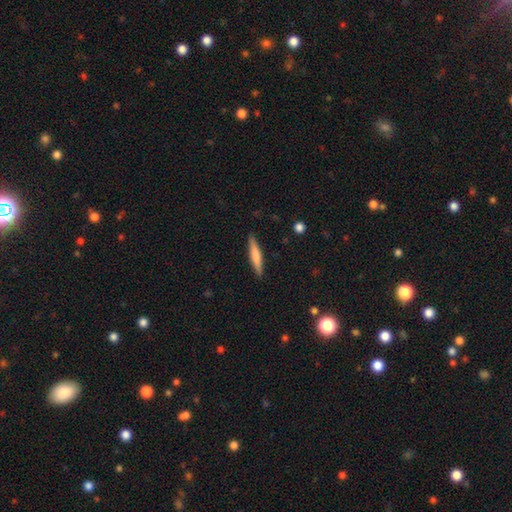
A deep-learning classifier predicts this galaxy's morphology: Q: Smooth or featured?
A: smooth (64%); runner-up: featured or disk (31%)
Q: How rounded?
A: cigar-shaped (90%); runner-up: in between (8%)
Q: Merging?
A: none (90%); runner-up: minor disturbance (7%)